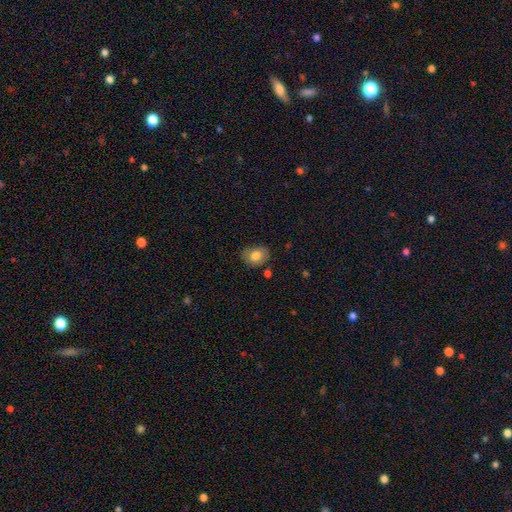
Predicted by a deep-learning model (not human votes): Smooth or featured? smooth (77%)
How rounded? in between (59%)
Merging? none (77%)